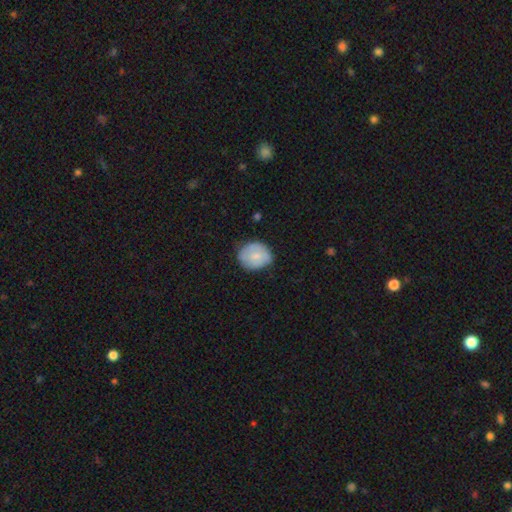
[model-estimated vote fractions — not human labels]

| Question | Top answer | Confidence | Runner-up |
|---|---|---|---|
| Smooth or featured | smooth | 69% | featured or disk (24%) |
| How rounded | round | 65% | in between (34%) |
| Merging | none | 65% | minor disturbance (28%) |